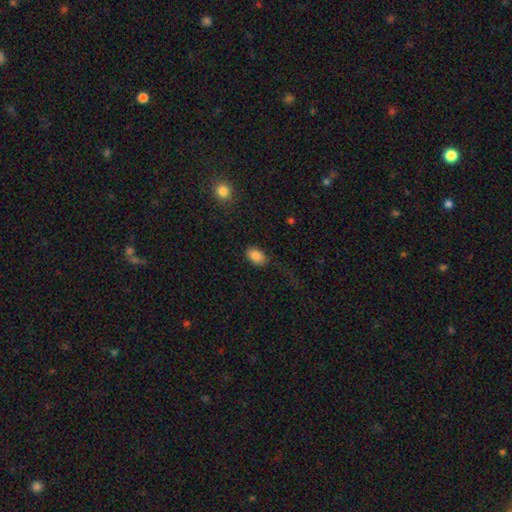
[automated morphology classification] A smooth galaxy with no disk features (86%) that is in between round and cigar-shaped (88%).

Vote fractions:
- Smooth or featured? smooth: 86% / star or artifact: 8% / featured or disk: 6%
- How rounded? in between: 88% / round: 11% / cigar-shaped: 1%
- Merging? none: 78% / minor disturbance: 15% / major disturbance: 6% / merger: 2%